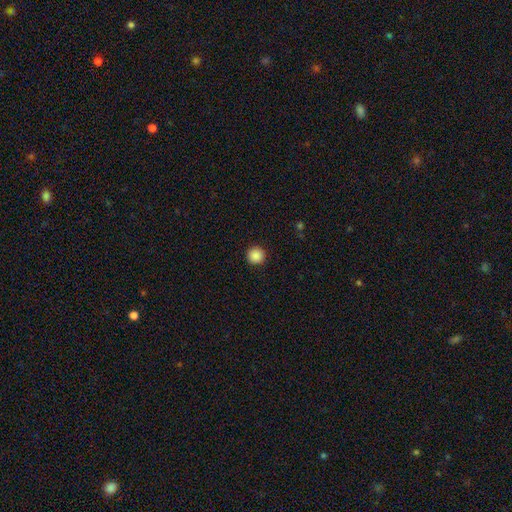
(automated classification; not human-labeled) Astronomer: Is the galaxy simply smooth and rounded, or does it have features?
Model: smooth — 88%.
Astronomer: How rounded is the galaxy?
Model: round — 96%.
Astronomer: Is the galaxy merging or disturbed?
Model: none — 93%.